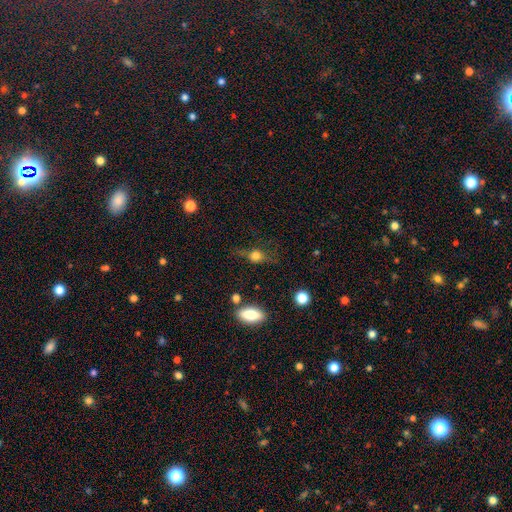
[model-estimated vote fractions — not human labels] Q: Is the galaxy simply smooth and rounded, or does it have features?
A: smooth — 58%.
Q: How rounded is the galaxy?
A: round — 55%.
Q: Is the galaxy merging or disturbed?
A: none — 61%.